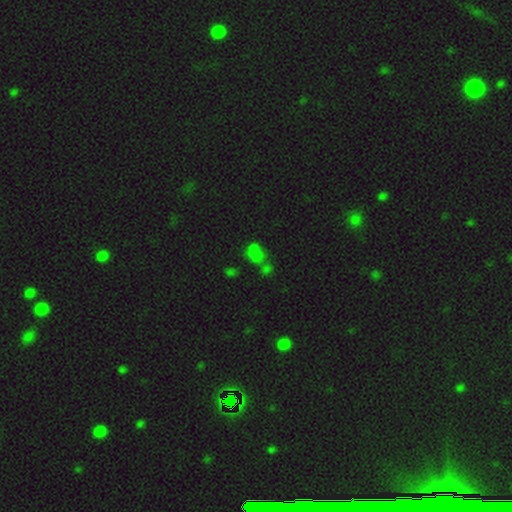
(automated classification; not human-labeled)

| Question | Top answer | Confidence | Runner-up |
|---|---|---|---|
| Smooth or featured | smooth | 50% | star or artifact (39%) |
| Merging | merger | 45% | none (31%) |